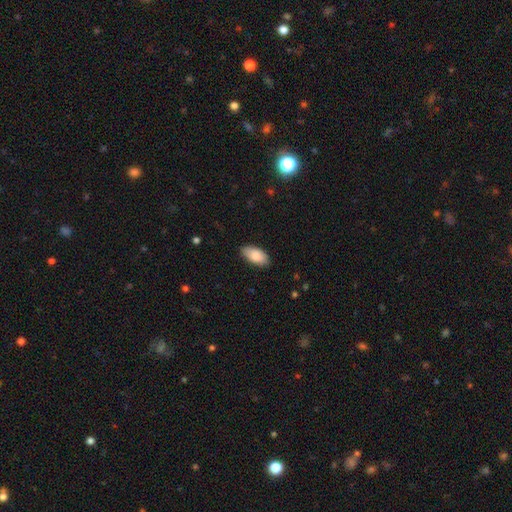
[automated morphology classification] Overall: smooth (85%). How rounded: in between (94%). Merging: none (84%).